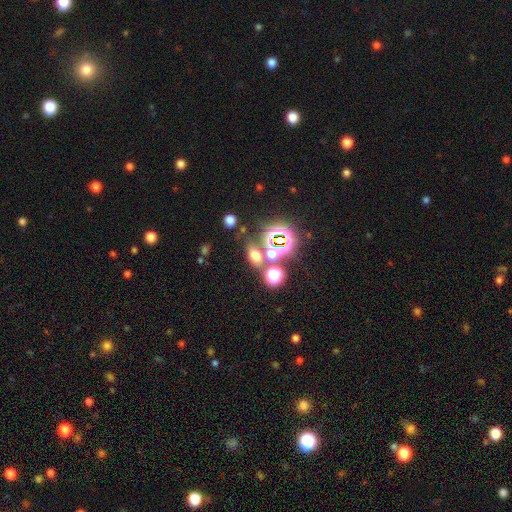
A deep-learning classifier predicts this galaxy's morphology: smooth_or_featured: smooth (p=0.54) [alt: star or artifact p=0.35]
how_rounded: in between (p=0.59) [alt: round p=0.38]
merging: none (p=0.64) [alt: merger p=0.22]